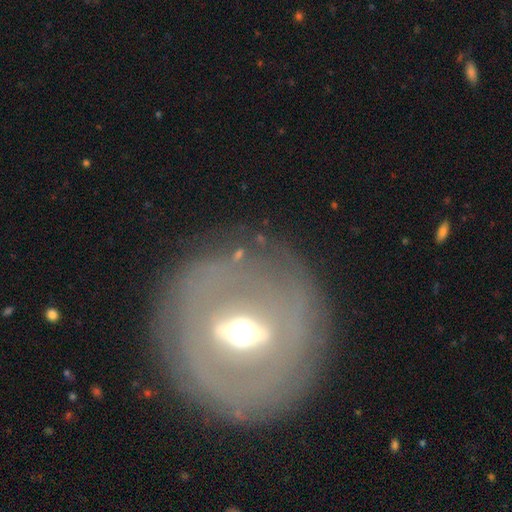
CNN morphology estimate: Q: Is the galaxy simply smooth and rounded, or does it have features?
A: featured or disk — 69%.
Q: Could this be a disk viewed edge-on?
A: no — 85%.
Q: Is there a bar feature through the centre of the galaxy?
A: weak — 41%, tied with strong.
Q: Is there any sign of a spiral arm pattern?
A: no — 71%.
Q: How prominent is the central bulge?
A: moderate — 69%.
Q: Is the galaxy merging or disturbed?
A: none — 81%.